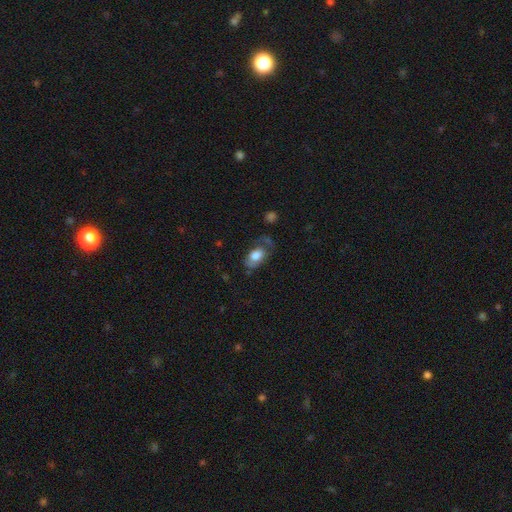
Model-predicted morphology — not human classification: This appears to be a smooth galaxy with no disk features (68%) that is in between round and cigar-shaped (89%). Merging: none (49%).